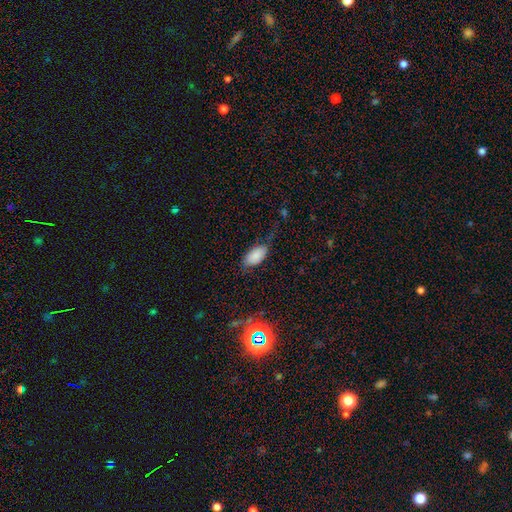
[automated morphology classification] smooth 79%, featured or disk 12%, star or artifact 9%. Down the decision tree: how rounded — in between (94%); merging — none (54%).